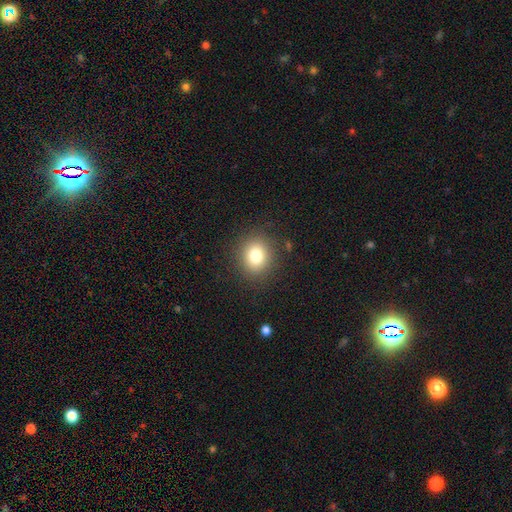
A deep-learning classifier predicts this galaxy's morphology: This appears to be a smooth galaxy with no disk features (80%) that is round (74%). Merging: none (88%).